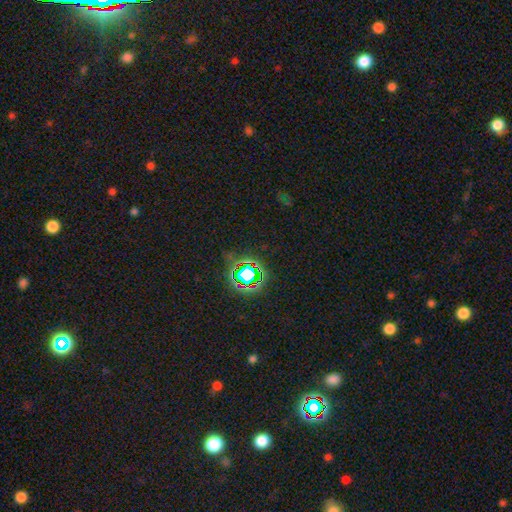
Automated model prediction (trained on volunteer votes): This is likely a star or artifact rather than a galaxy (75%).